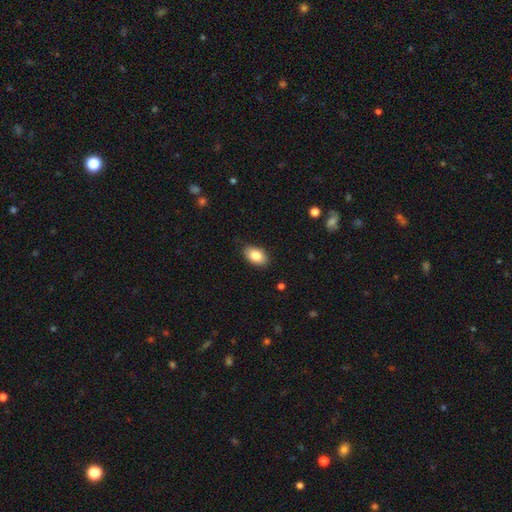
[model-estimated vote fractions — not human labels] Smooth or featured? smooth (83%)
How rounded? in between (90%)
Merging? none (85%)